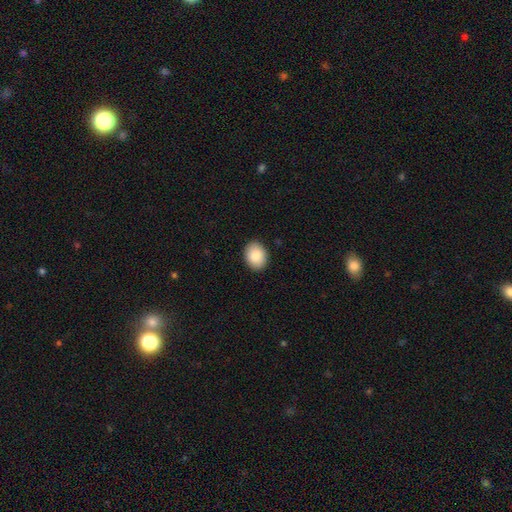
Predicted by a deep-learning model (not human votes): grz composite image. It shows a smooth galaxy with no disk features (87%) that is in between round and cigar-shaped (60%). Merging: none (90%).